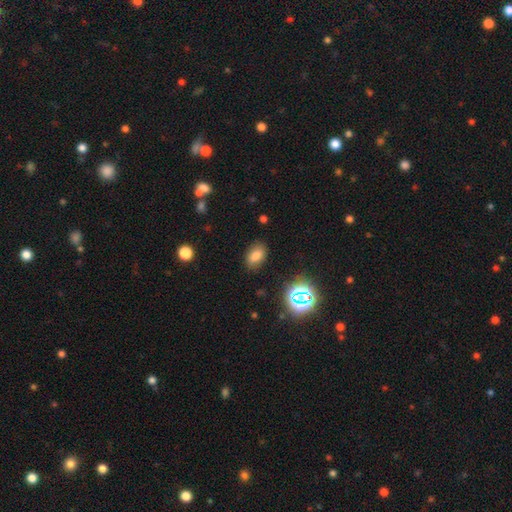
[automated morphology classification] Smooth or featured? Predicted: smooth (p=0.77). How rounded? Predicted: in between (p=0.87). Merging? Predicted: none (p=0.82).